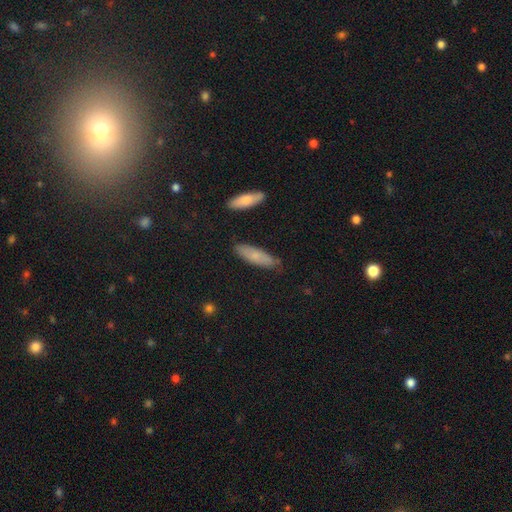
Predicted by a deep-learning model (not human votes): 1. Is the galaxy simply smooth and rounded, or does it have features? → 75% smooth, 18% featured or disk, 7% star or artifact.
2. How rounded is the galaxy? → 50% cigar-shaped, 48% in between, 2% round.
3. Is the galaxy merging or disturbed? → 78% none, 17% minor disturbance, 3% major disturbance, 2% merger.